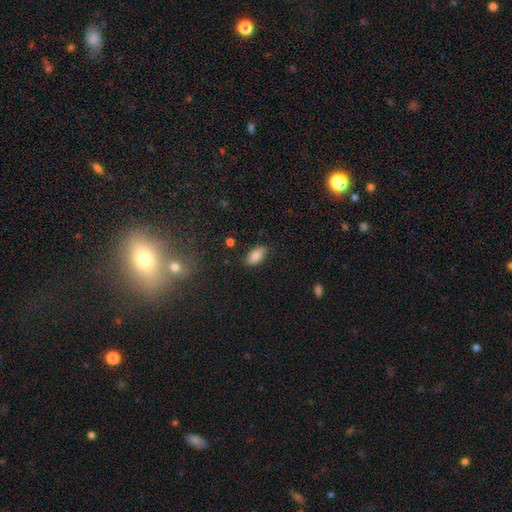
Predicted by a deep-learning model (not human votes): Smooth or featured? smooth (86%)
How rounded? in between (92%)
Merging? none (81%)